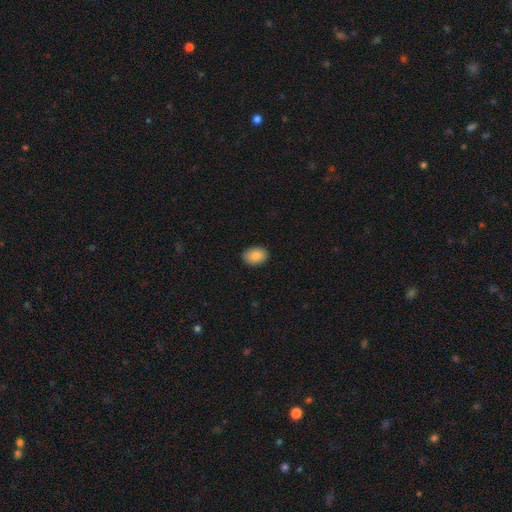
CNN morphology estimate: Q: Smooth or featured?
A: smooth (85%); runner-up: featured or disk (8%)
Q: How rounded?
A: in between (80%); runner-up: round (19%)
Q: Merging?
A: none (88%); runner-up: minor disturbance (10%)